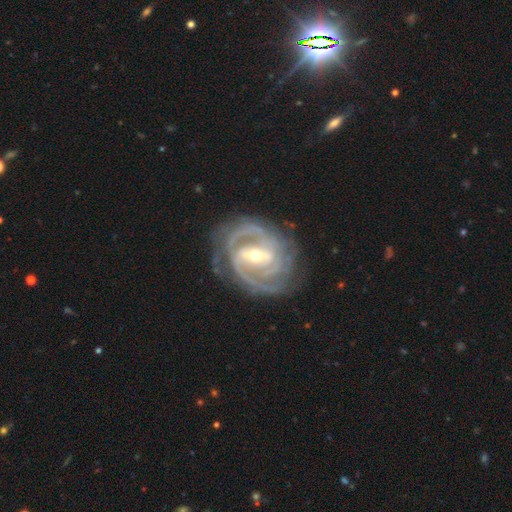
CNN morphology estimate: Smooth or featured? Predicted: featured or disk (p=0.92). Edge-on disk? Predicted: no (p=0.97). Bar? Predicted: strong (p=0.49). Spiral arms? Predicted: yes (p=0.97). Spiral winding? Predicted: tight (p=0.62). Spiral arm count? Predicted: 2 (p=0.40). Bulge size? Predicted: moderate (p=0.52). Merging? Predicted: none (p=0.74).